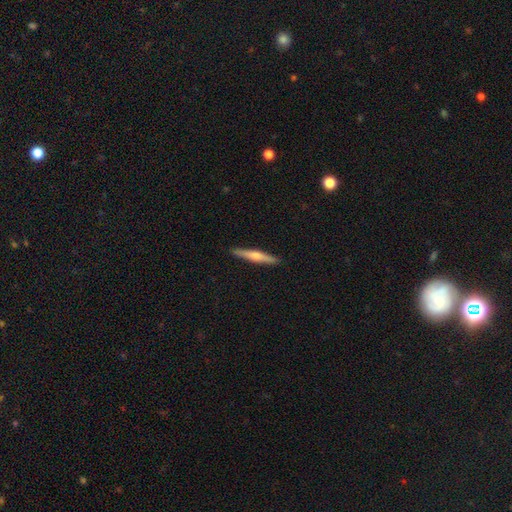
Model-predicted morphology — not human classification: type=featured or disk (48%); merging=none (91%).